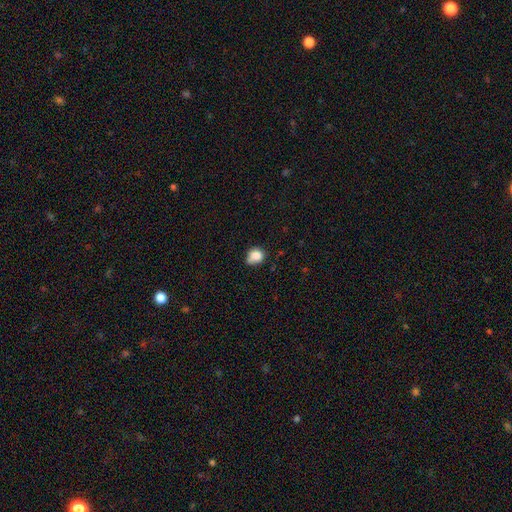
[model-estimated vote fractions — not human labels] The model was most divided on "merging": none: 44%, minor disturbance: 37%, major disturbance: 11%, merger: 8%. More confident: smooth or featured — smooth (82%); how rounded — round (68%).